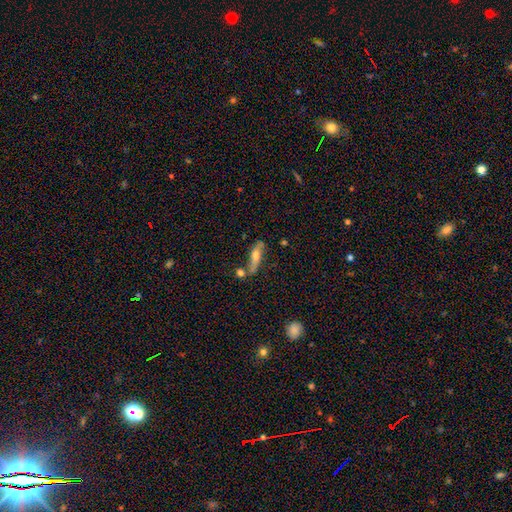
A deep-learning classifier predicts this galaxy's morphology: Smooth or featured?
  - smooth: 50% *
  - featured or disk: 42%
  - star or artifact: 8%
How rounded?
  - cigar-shaped: 58% *
  - in between: 38%
  - round: 4%
Merging?
  - none: 47% *
  - merger: 25%
  - minor disturbance: 19%
  - major disturbance: 9%